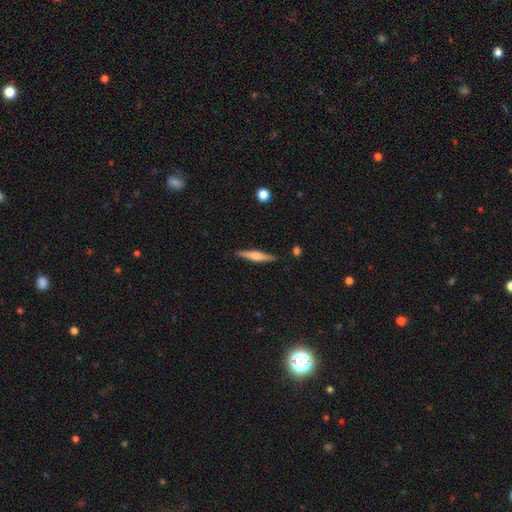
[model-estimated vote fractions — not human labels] smooth-or-featured: featured or disk: 52% | smooth: 42% | star or artifact: 6%
  disk-edge-on: yes: 97% | no: 3%
    edge-on-bulge: rounded: 72% | boxy: 18% | none: 10%
  merging: none: 90% | minor disturbance: 7% | major disturbance: 2% | merger: 1%